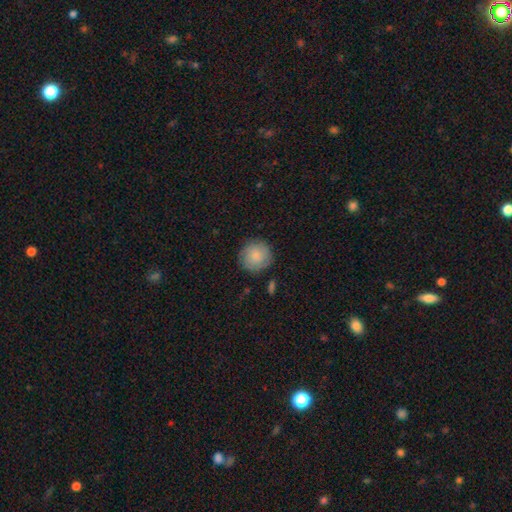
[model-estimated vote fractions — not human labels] The model was most divided on "smooth or featured": smooth: 81%, featured or disk: 12%, star or artifact: 7%. More confident: how rounded — round (94%); merging — none (84%).